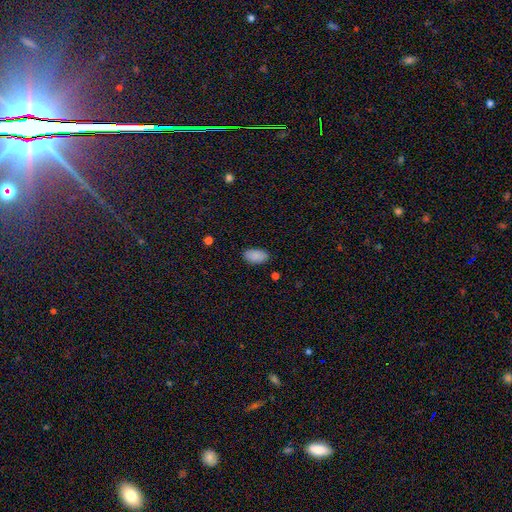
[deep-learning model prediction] This is clearly a smooth galaxy (88%). How rounded: clearly in between (94%). Merging: clearly none (85%).